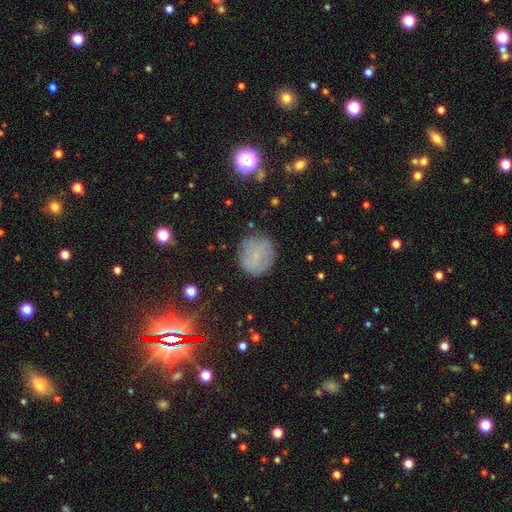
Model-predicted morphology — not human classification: smooth-or-featured: smooth: 62% | featured or disk: 22% | star or artifact: 16%
  how-rounded: round: 87% | in between: 12% | cigar-shaped: 1%
  merging: none: 79% | minor disturbance: 14% | major disturbance: 5% | merger: 2%